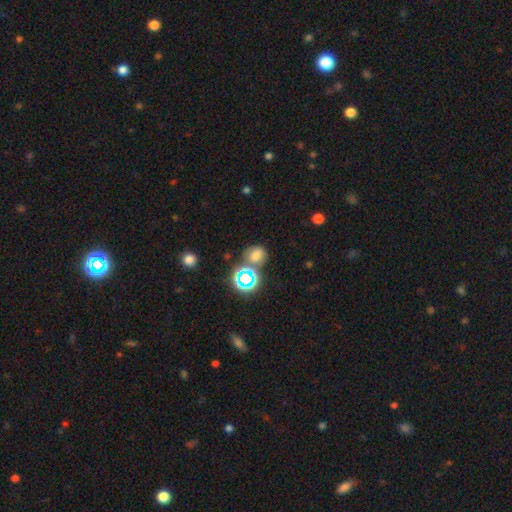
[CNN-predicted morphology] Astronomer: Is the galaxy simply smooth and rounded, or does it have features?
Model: smooth — 63%.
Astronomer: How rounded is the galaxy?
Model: round — 65%.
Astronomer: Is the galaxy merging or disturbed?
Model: none — 64%.